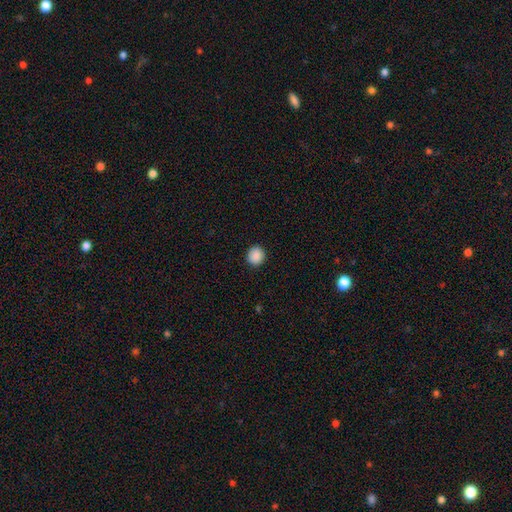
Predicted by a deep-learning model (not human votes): This is clearly a smooth galaxy (89%). How rounded: clearly round (88%). Merging: clearly none (92%).